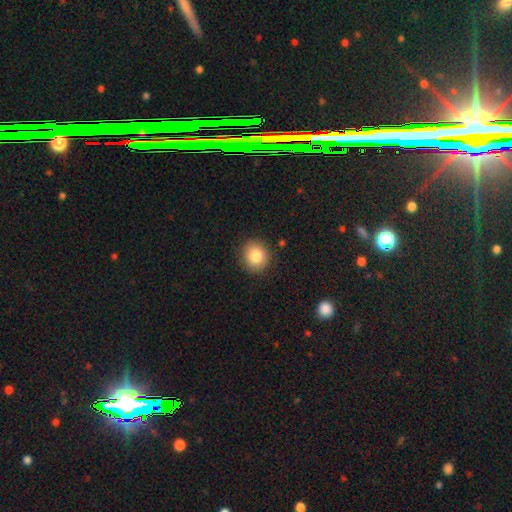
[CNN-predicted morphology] Smooth or featured? Predicted: smooth (p=0.83). How rounded? Predicted: round (p=0.85). Merging? Predicted: none (p=0.90).